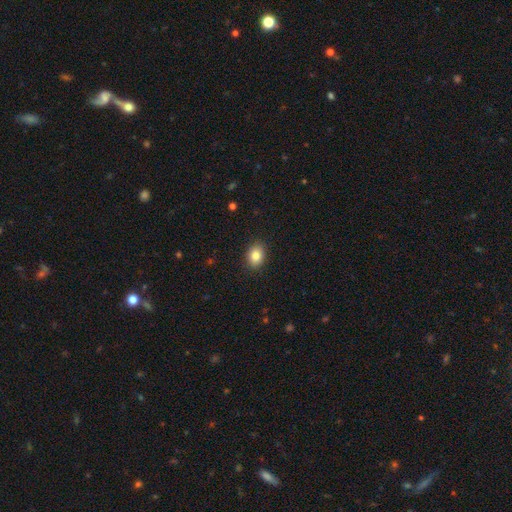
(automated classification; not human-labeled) This appears to be a smooth galaxy with no disk features (85%) that is in between round and cigar-shaped (69%). Merging: none (89%).